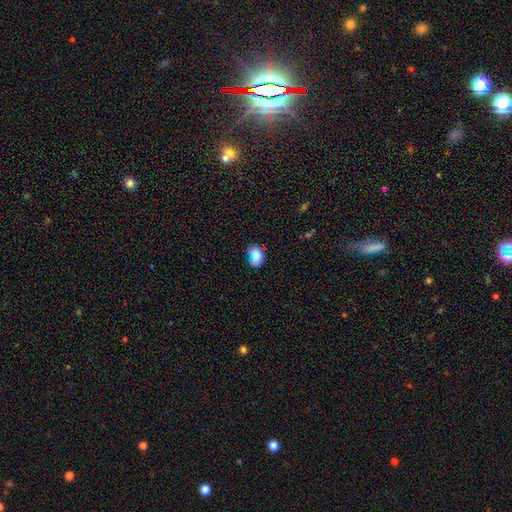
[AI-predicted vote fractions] Smooth or featured? smooth (80%)
How rounded? in between (74%)
Merging? none (46%)